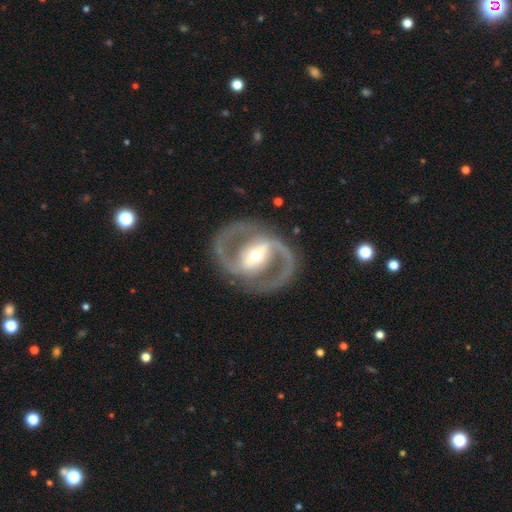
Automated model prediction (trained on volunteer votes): Smooth or featured? Predicted: featured or disk (p=0.91). Edge-on disk? Predicted: no (p=0.97). Bar? Predicted: strong (p=0.58). Spiral arms? Predicted: yes (p=0.95). Spiral winding? Predicted: medium (p=0.61). Spiral arm count? Predicted: 2 (p=0.93). Bulge size? Predicted: moderate (p=0.49). Merging? Predicted: none (p=0.84).